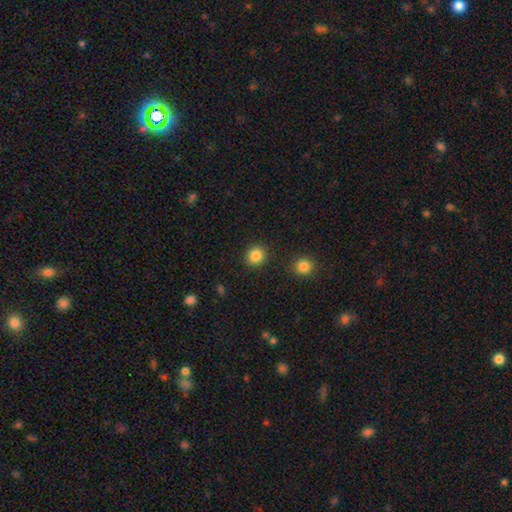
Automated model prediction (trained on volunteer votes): smooth 86%, star or artifact 10%, featured or disk 4%. Down the decision tree: how rounded — round (89%); merging — none (90%).